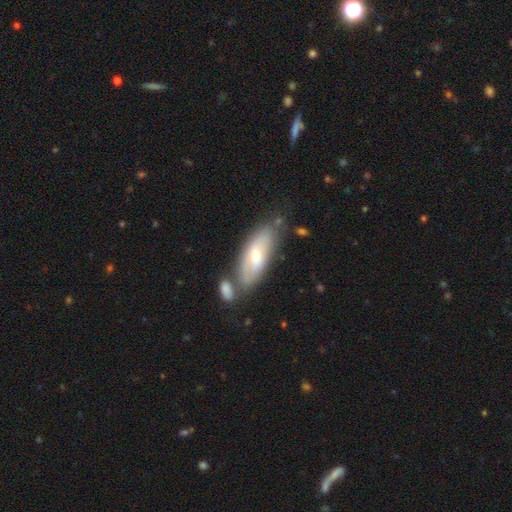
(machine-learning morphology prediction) This is possibly a smooth galaxy (57%). How rounded: likely in between (71%). Merging: possibly none (54%).